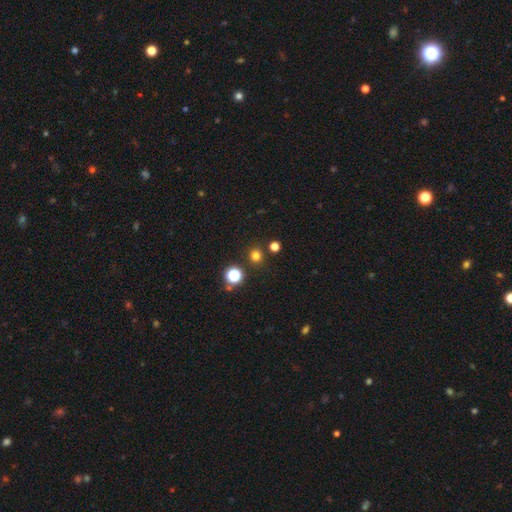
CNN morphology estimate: Smooth or featured? Predicted: smooth (p=0.75). How rounded? Predicted: round (p=0.90). Merging? Predicted: none (p=0.86).